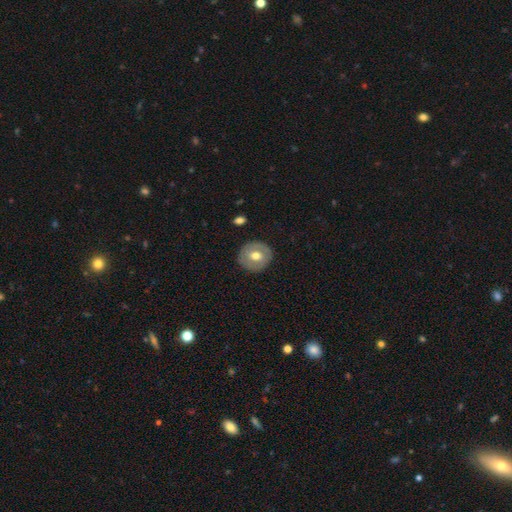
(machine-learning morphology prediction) smooth-or-featured: smooth: 52% | featured or disk: 42% | star or artifact: 6%
  how-rounded: round: 84% | in between: 15% | cigar-shaped: 1%
  merging: none: 87% | minor disturbance: 10% | major disturbance: 3% | merger: 1%